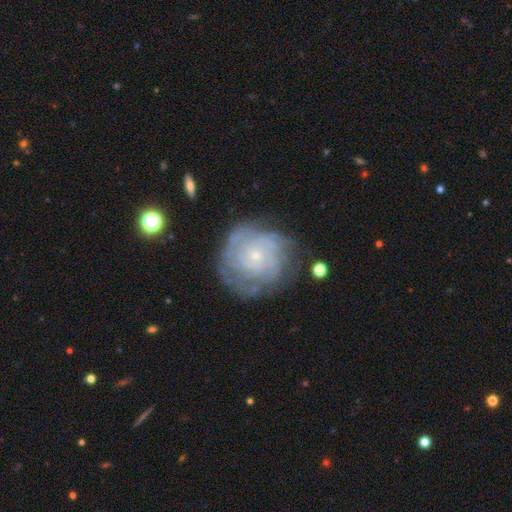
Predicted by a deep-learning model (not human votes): featured or disk 77%, smooth 16%, star or artifact 7%. Down the decision tree: edge-on disk — no (98%); bar — no (82%); spiral arms — yes (88%); spiral arm count — can't tell (49%); spiral winding — tight (76%); bulge size — small (84%); merging — none (68%).